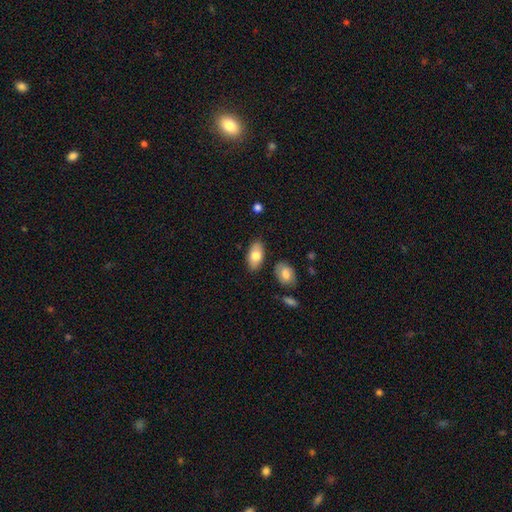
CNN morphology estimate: The model was most divided on "smooth or featured": smooth: 77%, featured or disk: 17%, star or artifact: 6%. More confident: how rounded — in between (93%); merging — none (83%).